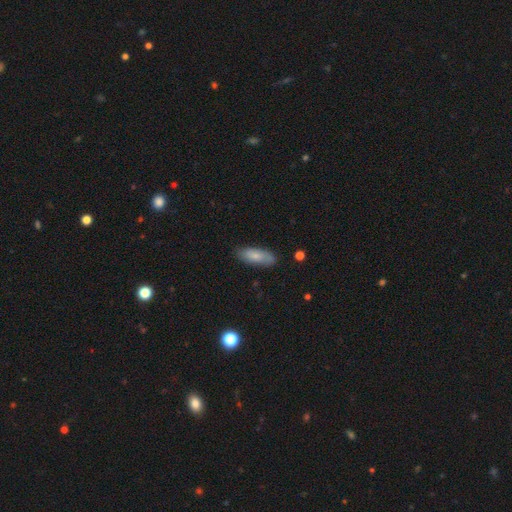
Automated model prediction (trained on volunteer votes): Overall: smooth (73%). How rounded: in between (70%). Merging: none (81%).